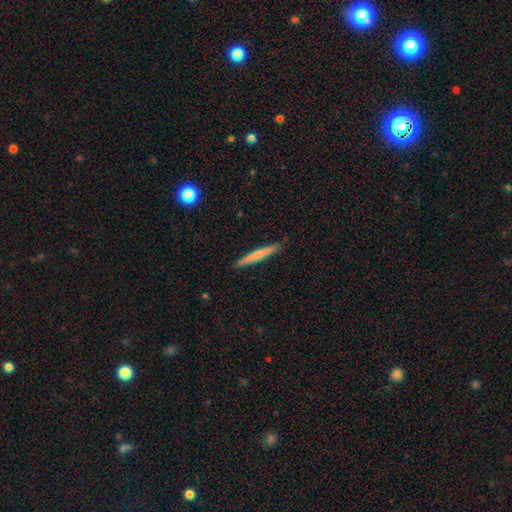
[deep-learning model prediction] Smooth or featured?
  - smooth: 48% *
  - featured or disk: 44%
  - star or artifact: 8%
Merging?
  - none: 91% *
  - minor disturbance: 7%
  - major disturbance: 1%
  - merger: 1%